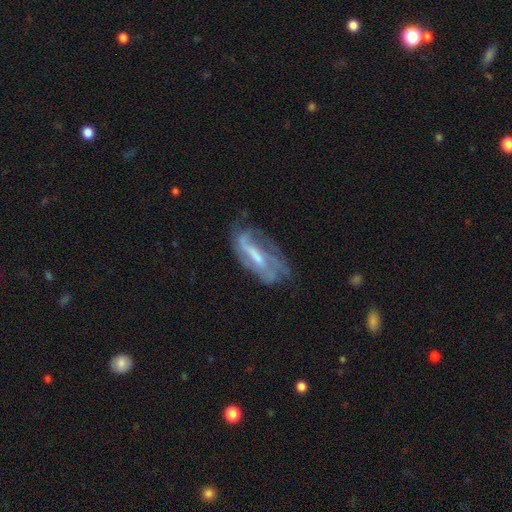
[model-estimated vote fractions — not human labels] The model was most divided on "bar": strong: 40%, weak: 39%, no: 21%. Remaining: edge-on disk — no (88%); spiral arms — yes (81%); smooth or featured — featured or disk (74%); merging — none (52%); spiral winding — medium (40%); bulge size — small (39%); spiral arm count — 2 (38%).